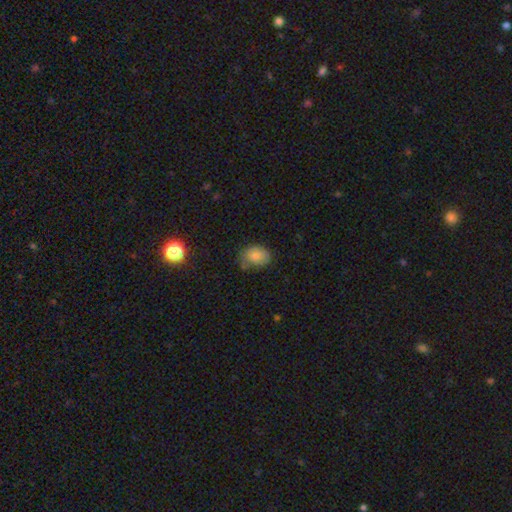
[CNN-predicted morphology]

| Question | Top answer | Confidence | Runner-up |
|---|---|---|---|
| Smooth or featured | smooth | 80% | featured or disk (11%) |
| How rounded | in between | 70% | round (29%) |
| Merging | none | 53% | minor disturbance (33%) |